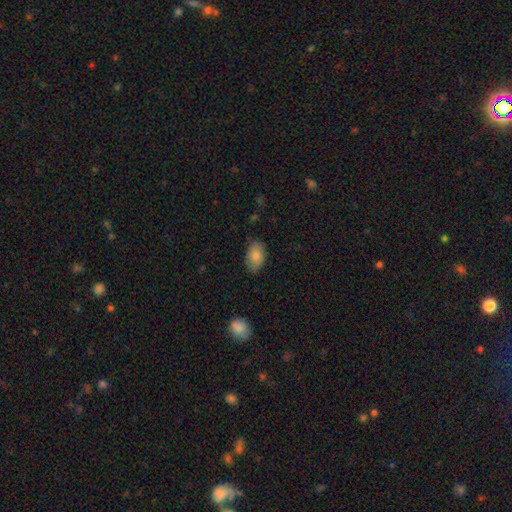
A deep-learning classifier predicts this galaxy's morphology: smooth 84%, featured or disk 9%, star or artifact 7%. Down the decision tree: how rounded — in between (89%); merging — none (77%).